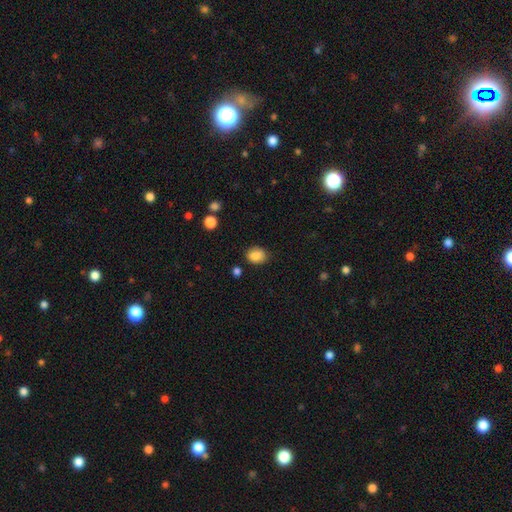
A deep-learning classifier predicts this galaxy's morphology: Q: Smooth or featured?
A: smooth (86%); runner-up: star or artifact (9%)
Q: How rounded?
A: in between (54%); runner-up: round (45%)
Q: Merging?
A: none (81%); runner-up: minor disturbance (14%)